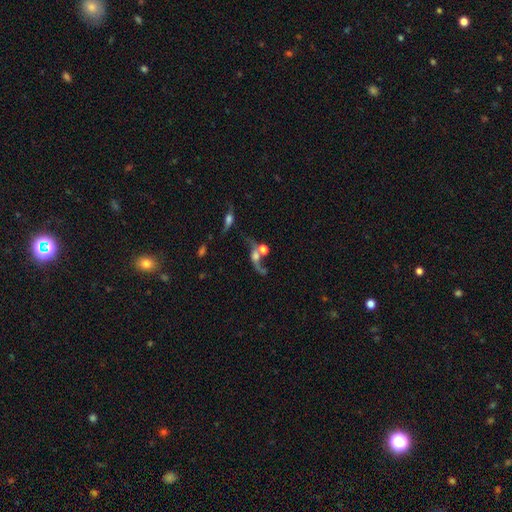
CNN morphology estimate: Smooth or featured? Predicted: featured or disk (p=0.61). Edge-on disk? Predicted: no (p=0.88). Bar? Predicted: no (p=0.69). Spiral arms? Predicted: yes (p=0.76). Bulge size? Predicted: moderate (p=0.37). Merging? Predicted: merger (p=0.46).